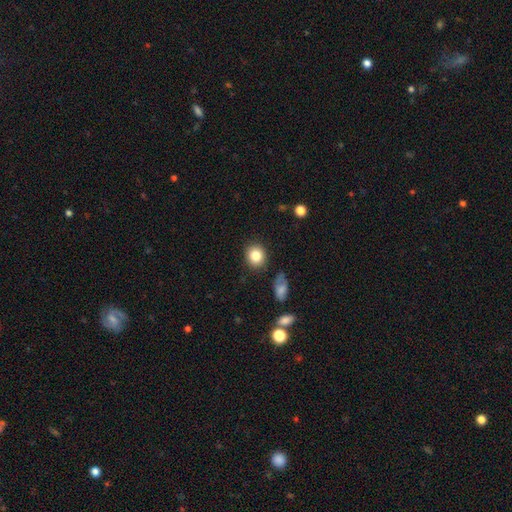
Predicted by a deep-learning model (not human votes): Smooth or featured? smooth (83%)
How rounded? round (73%)
Merging? none (86%)